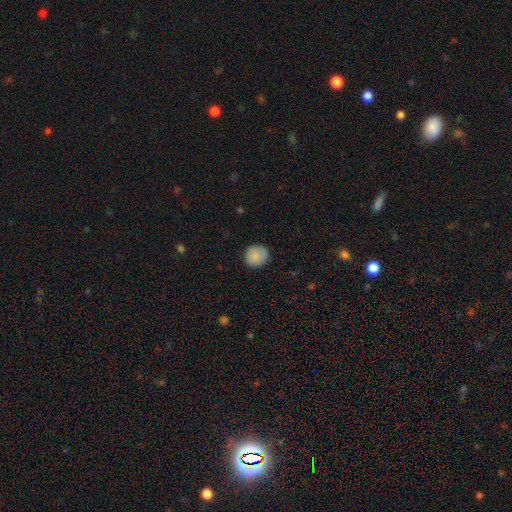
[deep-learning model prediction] smooth-or-featured: smooth: 87% | star or artifact: 7% | featured or disk: 6%
  how-rounded: round: 84% | in between: 15% | cigar-shaped: 1%
  merging: none: 87% | minor disturbance: 10% | major disturbance: 2% | merger: 1%